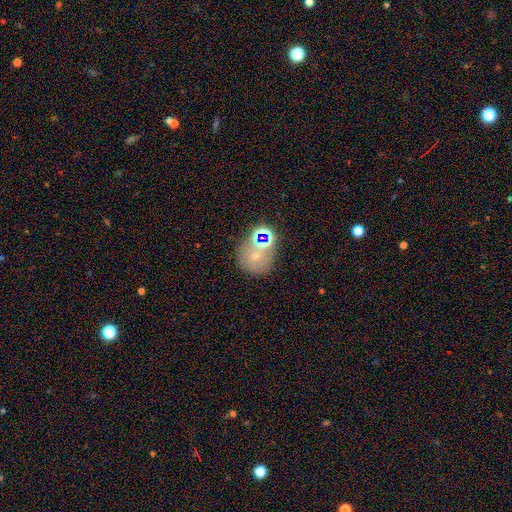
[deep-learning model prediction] smooth_or_featured: smooth (p=0.56) [alt: star or artifact p=0.25]
how_rounded: round (p=0.81) [alt: in between p=0.18]
merging: none (p=0.65) [alt: merger p=0.17]